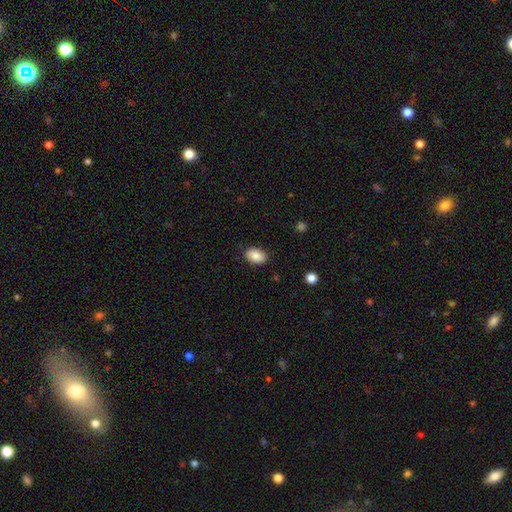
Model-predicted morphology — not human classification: Smooth or featured: smooth — 87% (star or artifact — 7%)
How rounded: in between — 85% (round — 14%)
Merging: none — 87% (minor disturbance — 10%)